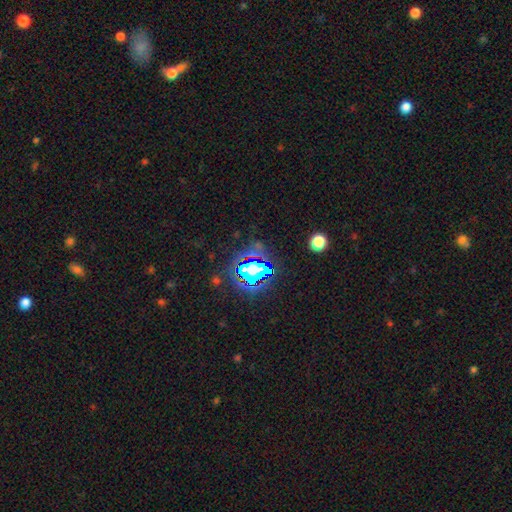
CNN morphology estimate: A star or artifact, not a galaxy (81%).